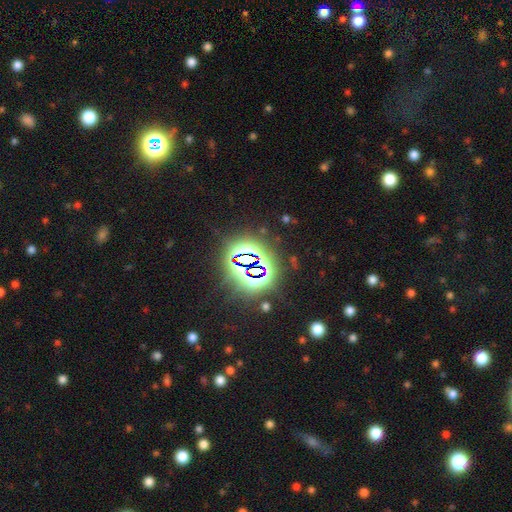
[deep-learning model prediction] A star or artifact, not a galaxy (79%).